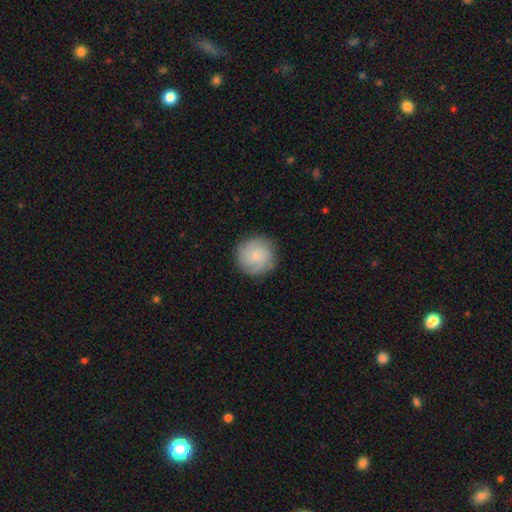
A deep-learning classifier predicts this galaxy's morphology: Overall: smooth (67%). How rounded: round (94%). Merging: none (86%).